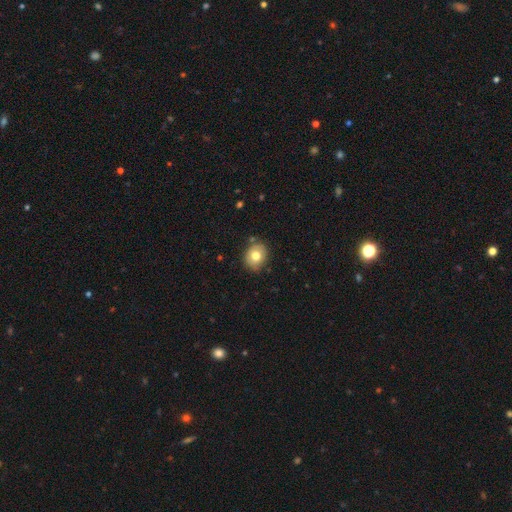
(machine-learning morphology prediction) Smooth or featured? Predicted: smooth (p=0.75). How rounded? Predicted: round (p=0.64). Merging? Predicted: none (p=0.81).